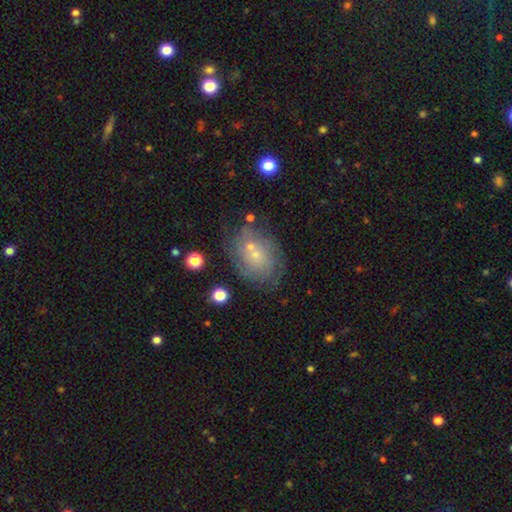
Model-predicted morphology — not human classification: Smooth or featured? Predicted: featured or disk (p=0.51). Edge-on disk? Predicted: no (p=0.96). Merging? Predicted: none (p=0.55).